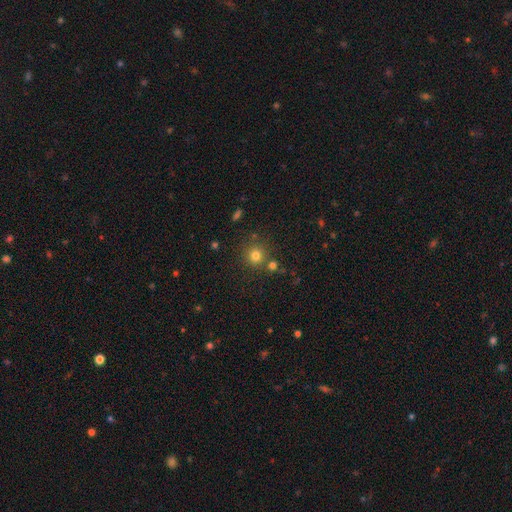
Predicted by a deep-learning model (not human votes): Morphology: type=smooth (77%); roundness=round (93%); merging=none (77%).